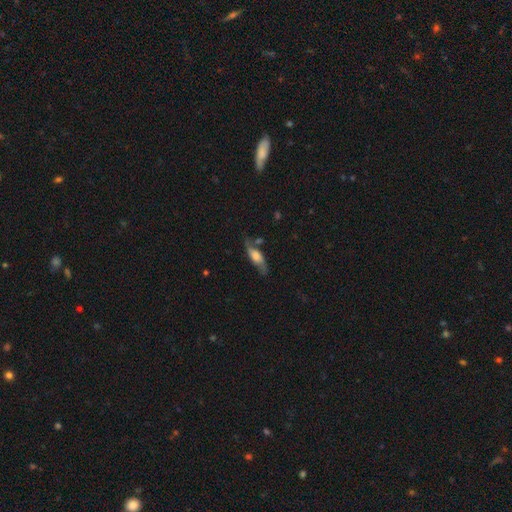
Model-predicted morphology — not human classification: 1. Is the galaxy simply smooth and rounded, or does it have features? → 52% featured or disk, 41% smooth, 7% star or artifact.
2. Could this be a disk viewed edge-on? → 58% no, 42% yes.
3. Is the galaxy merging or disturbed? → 61% none, 23% minor disturbance, 9% major disturbance, 7% merger.